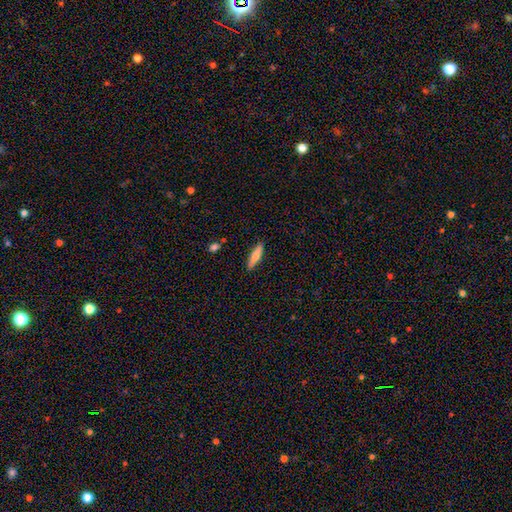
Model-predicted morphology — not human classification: Smooth or featured: smooth — 70% (featured or disk — 24%)
How rounded: cigar-shaped — 75% (in between — 23%)
Merging: none — 88% (minor disturbance — 9%)